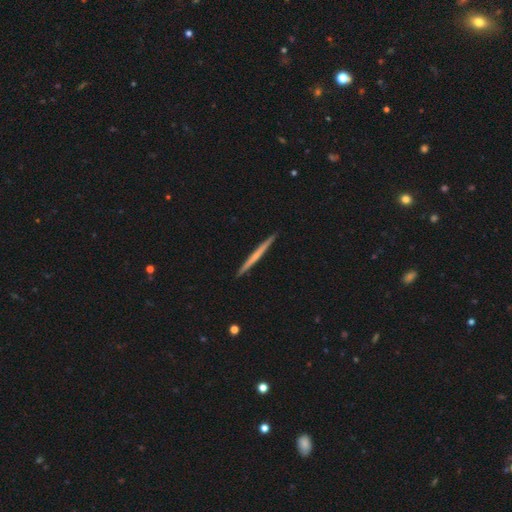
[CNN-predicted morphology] A featured or disk galaxy (56%) viewed edge-on (98%) with no central bulge (76%).

Vote fractions:
- Smooth or featured? featured or disk: 56% / smooth: 39% / star or artifact: 5%
- Edge-on disk? yes: 98% / no: 2%
- Edge-on bulge? none: 76% / rounded: 20% / boxy: 4%
- Merging? none: 93% / minor disturbance: 5% / major disturbance: 1% / merger: 1%